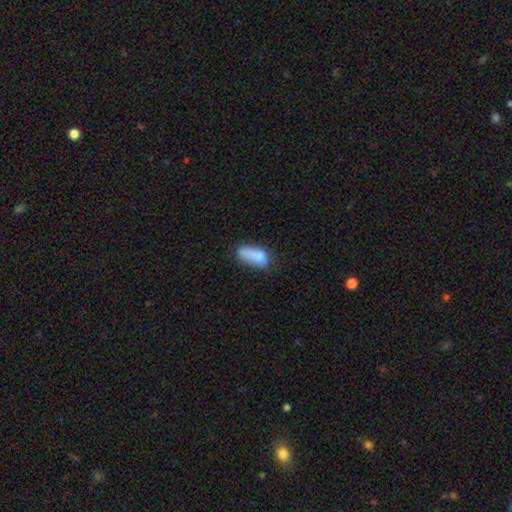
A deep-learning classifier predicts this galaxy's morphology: Smooth or featured?
  - smooth: 74% *
  - featured or disk: 17%
  - star or artifact: 10%
How rounded?
  - in between: 81% *
  - cigar-shaped: 14%
  - round: 5%
Merging?
  - none: 32% *
  - minor disturbance: 27%
  - merger: 21%
  - major disturbance: 20%